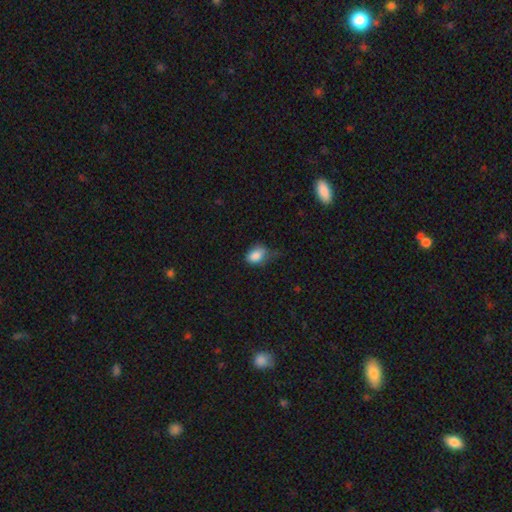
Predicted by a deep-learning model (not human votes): This is clearly a smooth galaxy (85%). How rounded: likely in between (77%). Merging: marginally none (43%).